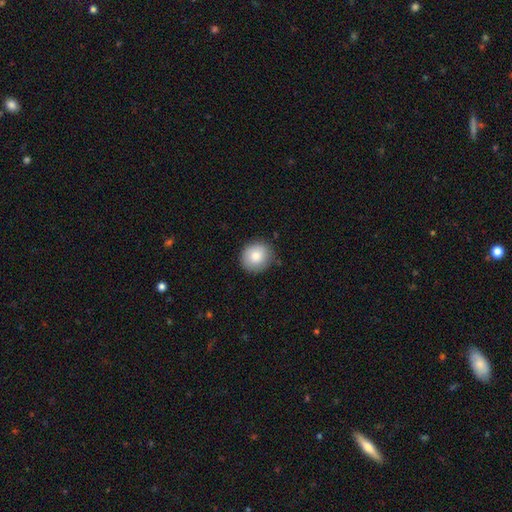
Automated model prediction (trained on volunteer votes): Overall: smooth (82%). How rounded: round (81%). Merging: none (85%).